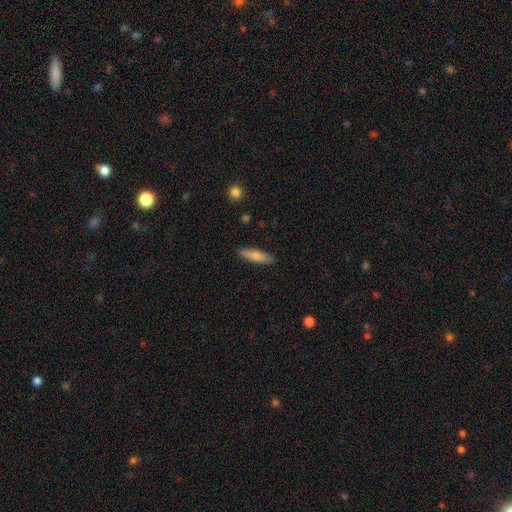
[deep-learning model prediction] smooth 76%, featured or disk 18%, star or artifact 6%. Down the decision tree: how rounded — cigar-shaped (68%); merging — none (88%).